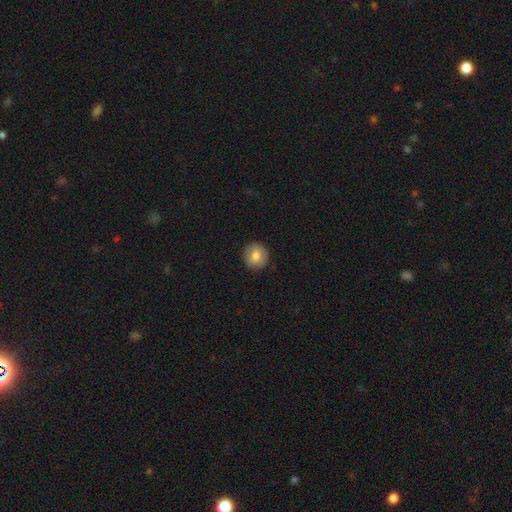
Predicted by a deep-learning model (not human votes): The model was most divided on "smooth or featured": smooth: 80%, featured or disk: 12%, star or artifact: 8%. More confident: how rounded — round (90%); merging — none (90%).